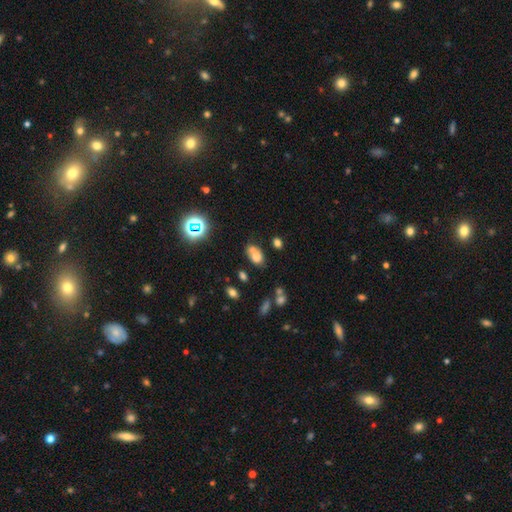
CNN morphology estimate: Smooth or featured? Predicted: smooth (p=0.68). How rounded? Predicted: in between (p=0.69). Merging? Predicted: merger (p=0.48).